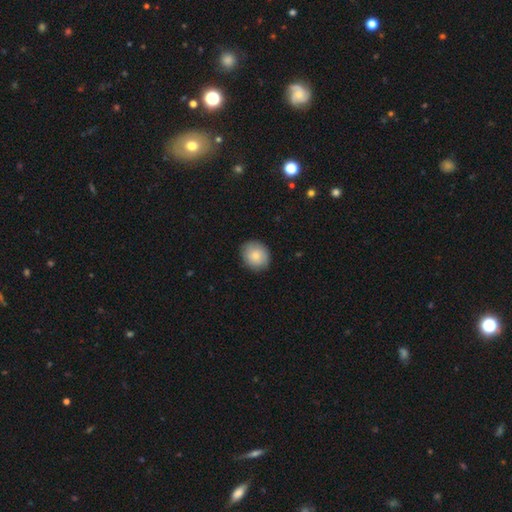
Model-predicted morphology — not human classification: Q: Smooth or featured?
A: smooth (83%); runner-up: featured or disk (11%)
Q: How rounded?
A: round (73%); runner-up: in between (26%)
Q: Merging?
A: none (86%); runner-up: minor disturbance (11%)